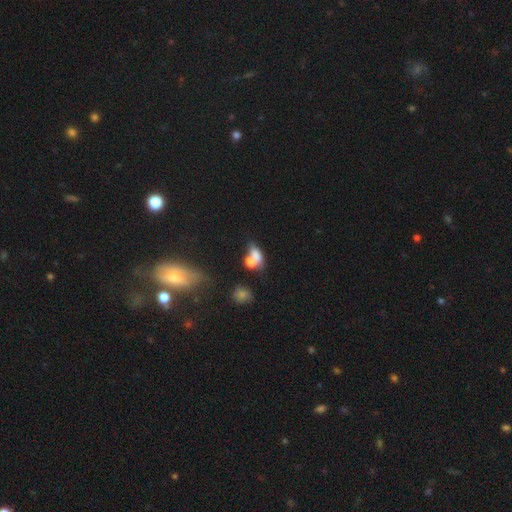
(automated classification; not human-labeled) Q: Smooth or featured?
A: smooth (65%); runner-up: featured or disk (20%)
Q: How rounded?
A: in between (69%); runner-up: round (24%)
Q: Merging?
A: merger (52%); runner-up: none (28%)